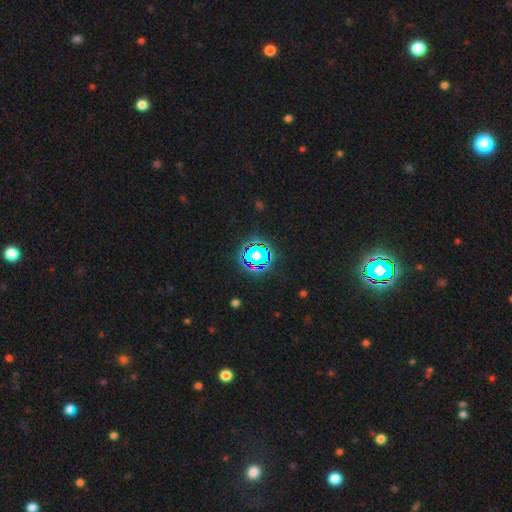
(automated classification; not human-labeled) smooth_or_featured: star or artifact (p=0.68) [alt: smooth p=0.19]